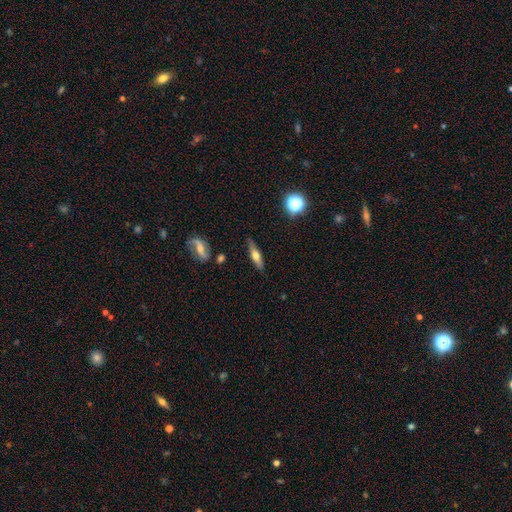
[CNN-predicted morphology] Smooth or featured? Predicted: featured or disk (p=0.49). Merging? Predicted: none (p=0.84).